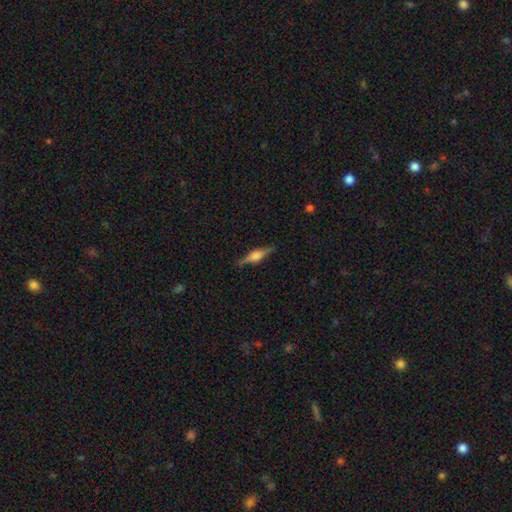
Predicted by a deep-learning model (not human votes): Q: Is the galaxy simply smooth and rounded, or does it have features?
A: featured or disk — 66%.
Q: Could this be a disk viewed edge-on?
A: yes — 96%.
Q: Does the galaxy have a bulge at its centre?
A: rounded — 76%.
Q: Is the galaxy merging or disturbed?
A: none — 82%.